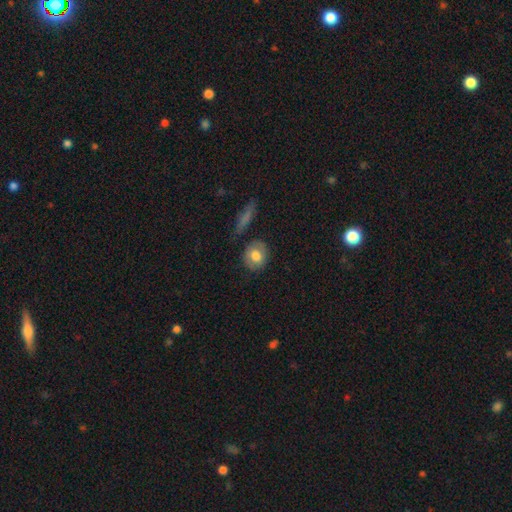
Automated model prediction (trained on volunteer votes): Smooth or featured?
  - smooth: 72% *
  - featured or disk: 21%
  - star or artifact: 7%
How rounded?
  - round: 64% *
  - in between: 34%
  - cigar-shaped: 2%
Merging?
  - none: 79% *
  - minor disturbance: 13%
  - merger: 4%
  - major disturbance: 3%